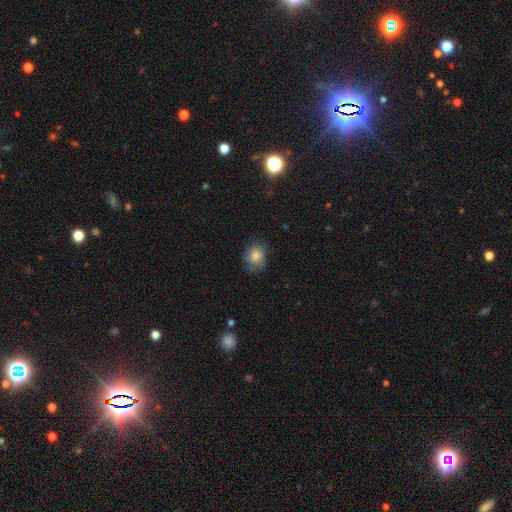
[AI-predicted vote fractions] The model was most divided on "how rounded": round: 67%, in between: 32%, cigar-shaped: 1%. More confident: smooth or featured — smooth (82%); merging — none (71%).